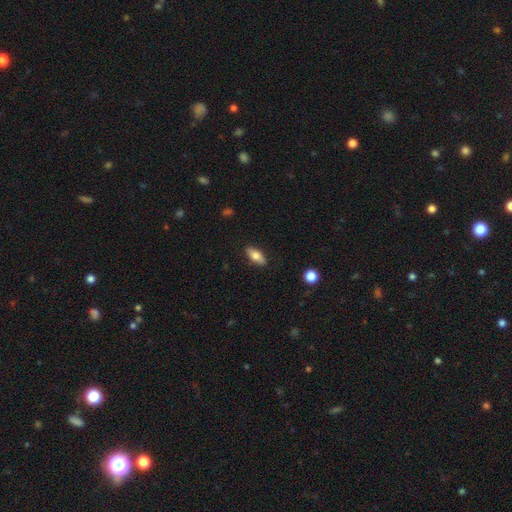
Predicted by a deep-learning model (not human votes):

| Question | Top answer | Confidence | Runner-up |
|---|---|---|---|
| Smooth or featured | smooth | 74% | featured or disk (19%) |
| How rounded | in between | 82% | cigar-shaped (14%) |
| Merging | none | 87% | minor disturbance (10%) |